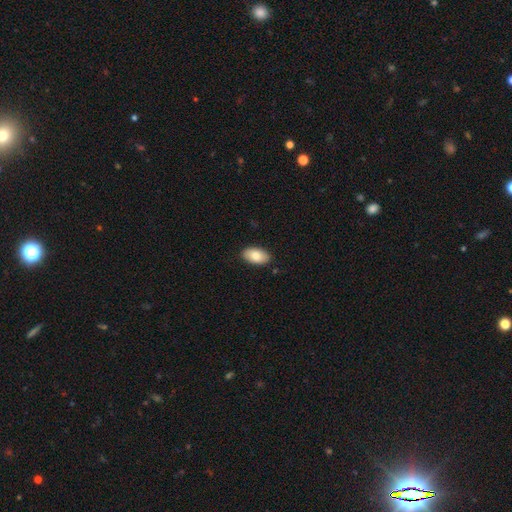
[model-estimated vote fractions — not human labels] smooth-or-featured: smooth: 82% | featured or disk: 12% | star or artifact: 6%
  how-rounded: in between: 94% | round: 4% | cigar-shaped: 1%
  merging: none: 88% | minor disturbance: 9% | major disturbance: 2% | merger: 1%